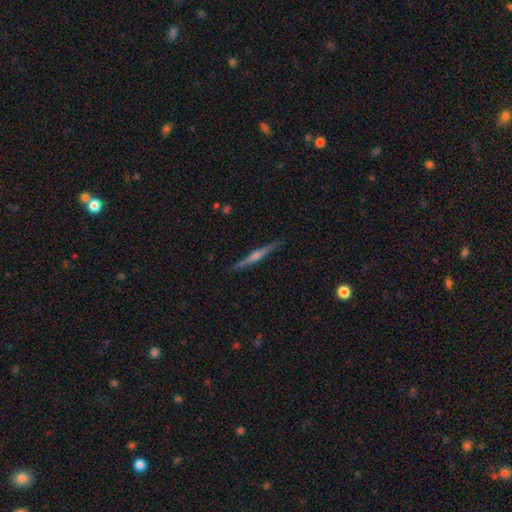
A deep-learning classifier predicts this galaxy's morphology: Q: Smooth or featured?
A: featured or disk (78%); runner-up: smooth (16%)
Q: Edge-on disk?
A: yes (98%); runner-up: no (2%)
Q: Edge-on bulge?
A: rounded (78%); runner-up: none (14%)
Q: Merging?
A: none (91%); runner-up: minor disturbance (6%)